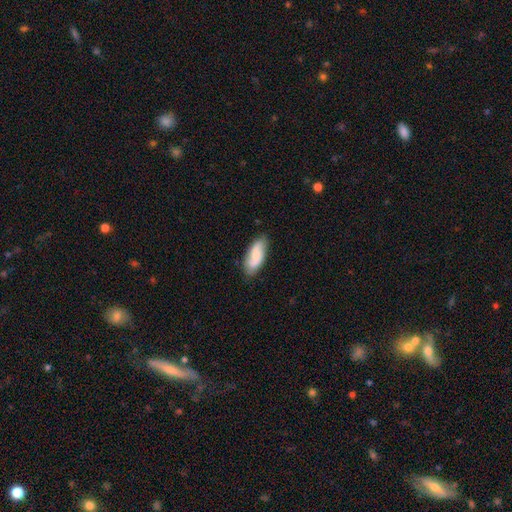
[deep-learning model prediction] This appears to be a smooth galaxy with no disk features (59%) that is in between round and cigar-shaped (83%). Merging: none (76%).